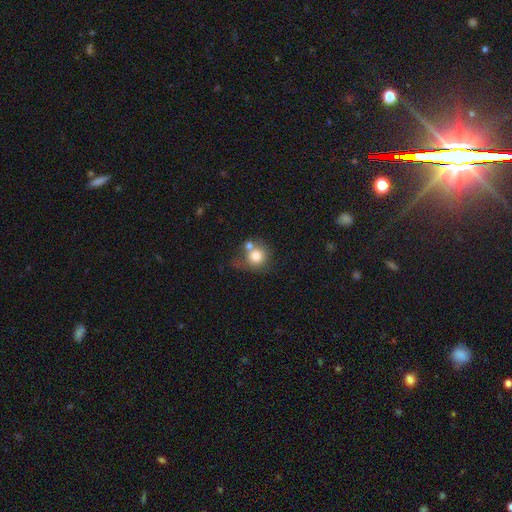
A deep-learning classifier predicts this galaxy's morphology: smooth-or-featured: smooth: 78% | featured or disk: 12% | star or artifact: 10%
  how-rounded: round: 85% | in between: 14% | cigar-shaped: 1%
  merging: none: 44% | merger: 33% | minor disturbance: 16% | major disturbance: 8%